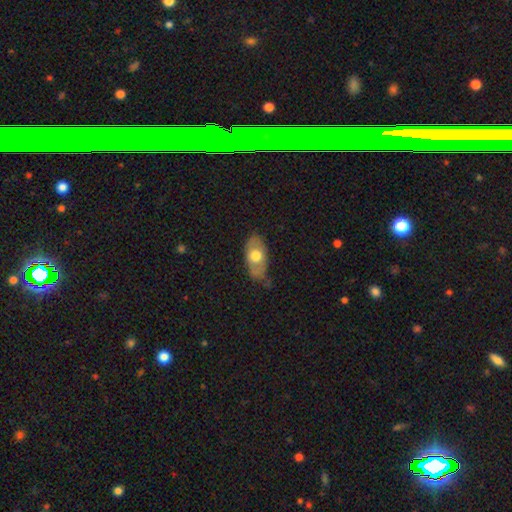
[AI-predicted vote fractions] Q: Smooth or featured?
A: smooth (57%); runner-up: featured or disk (36%)
Q: How rounded?
A: in between (88%); runner-up: round (8%)
Q: Merging?
A: none (63%); runner-up: minor disturbance (27%)